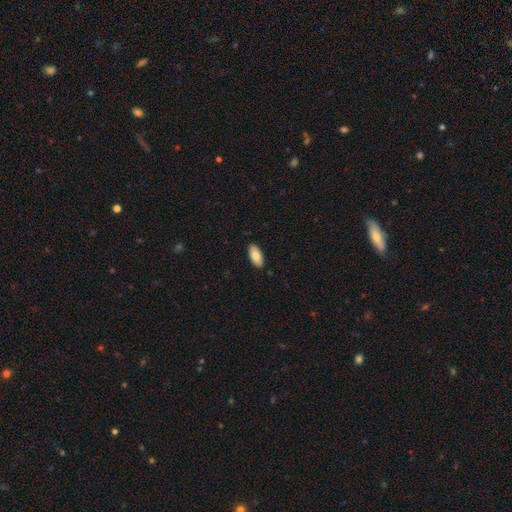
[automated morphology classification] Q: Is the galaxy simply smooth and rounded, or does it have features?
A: smooth — 80%.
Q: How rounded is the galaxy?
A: in between — 92%.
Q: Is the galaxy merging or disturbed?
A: none — 89%.